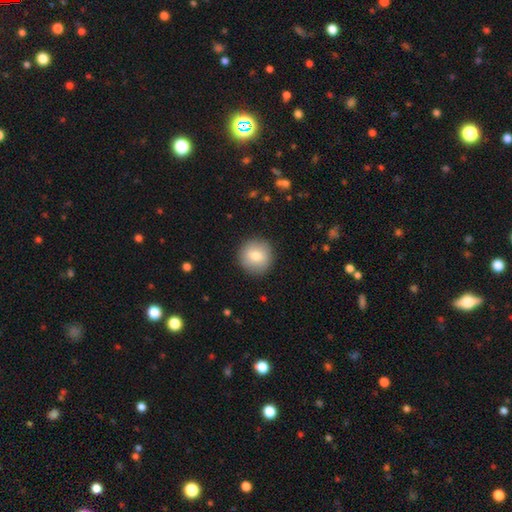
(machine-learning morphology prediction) type=smooth (78%); roundness=round (94%); merging=none (90%).